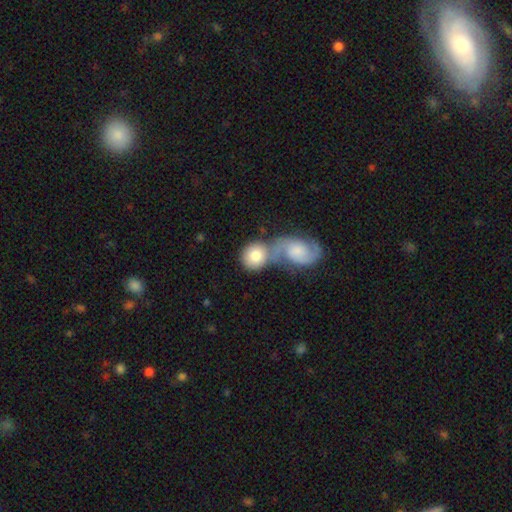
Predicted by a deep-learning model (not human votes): Morphology: type=smooth (72%); roundness=round (70%); merging=merger (62%).